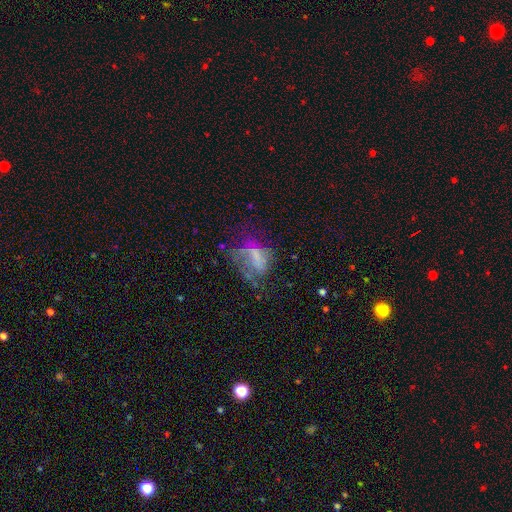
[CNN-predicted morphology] Q: Smooth or featured?
A: featured or disk (48%); runner-up: smooth (34%)
Q: Merging?
A: major disturbance (43%); runner-up: none (30%)